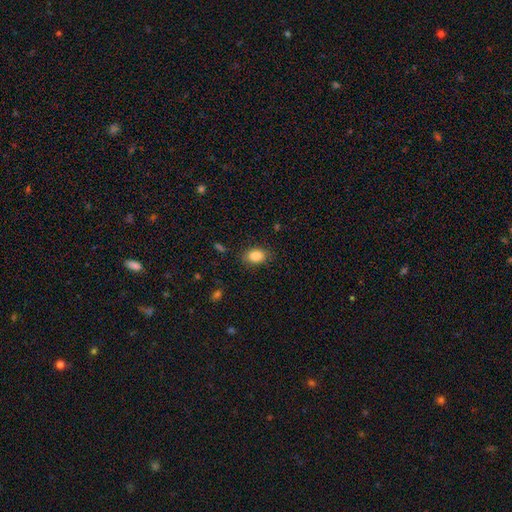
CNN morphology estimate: A smooth galaxy with no disk features (86%) that is in between round and cigar-shaped (80%). Merging: none (83%).